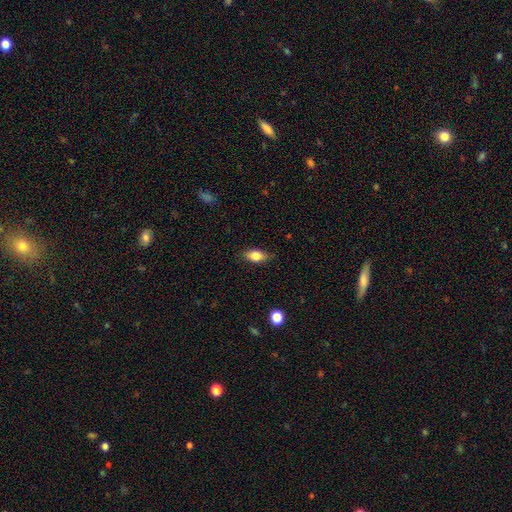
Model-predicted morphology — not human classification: smooth-or-featured: smooth: 79% | featured or disk: 13% | star or artifact: 8%
  how-rounded: in between: 84% | cigar-shaped: 8% | round: 8%
  merging: none: 83% | minor disturbance: 13% | major disturbance: 3% | merger: 1%